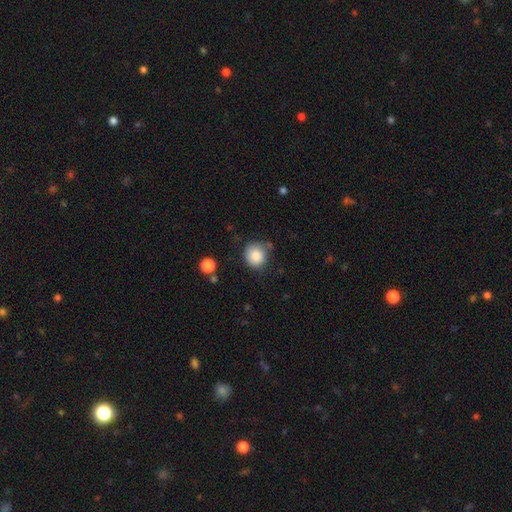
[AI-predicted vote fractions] This is clearly a smooth galaxy (86%). How rounded: clearly round (89%). Merging: likely none (73%).